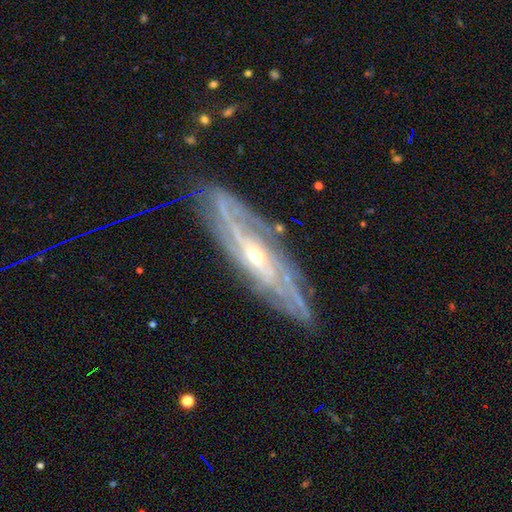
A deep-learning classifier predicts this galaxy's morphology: Smooth or featured? Predicted: featured or disk (p=0.86). Edge-on disk? Predicted: no (p=0.71). Bar? Predicted: no (p=0.61). Spiral arms? Predicted: yes (p=0.94). Spiral winding? Predicted: tight (p=0.60). Spiral arm count? Predicted: can't tell (p=0.42). Bulge size? Predicted: small (p=0.66). Merging? Predicted: none (p=0.78).